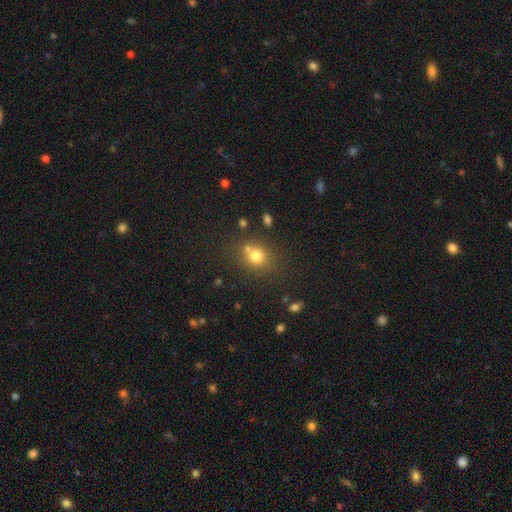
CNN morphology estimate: Smooth or featured? smooth (74%)
How rounded? round (77%)
Merging? none (65%)